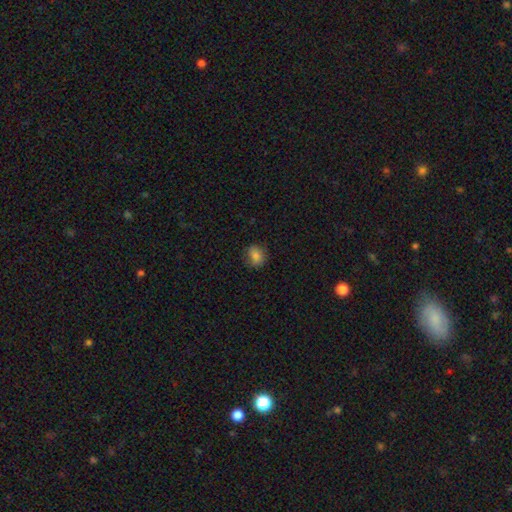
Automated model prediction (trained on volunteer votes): Smooth or featured? Predicted: smooth (p=0.82). How rounded? Predicted: round (p=0.54). Merging? Predicted: none (p=0.77).